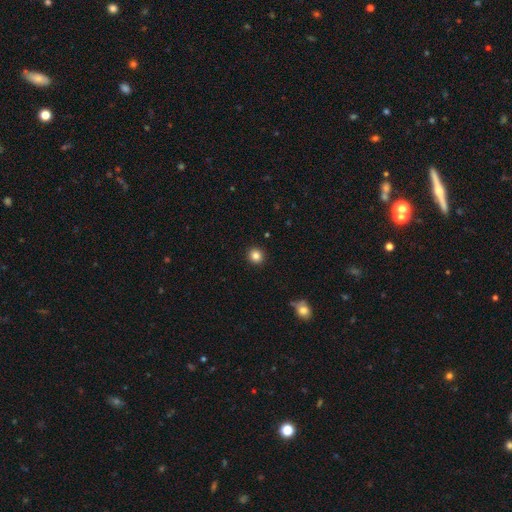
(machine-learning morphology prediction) Smooth or featured?
  - smooth: 85% *
  - star or artifact: 11%
  - featured or disk: 4%
How rounded?
  - round: 92% *
  - in between: 7%
  - cigar-shaped: 1%
Merging?
  - none: 93% *
  - minor disturbance: 5%
  - major disturbance: 2%
  - merger: 1%